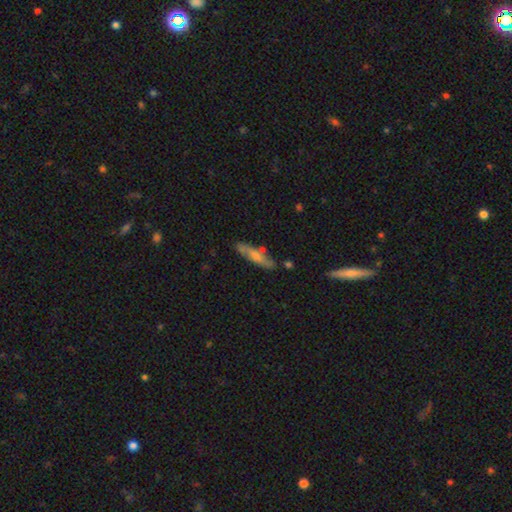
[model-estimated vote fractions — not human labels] Q: Smooth or featured?
A: featured or disk (51%); runner-up: smooth (43%)
Q: Edge-on disk?
A: yes (55%); runner-up: no (45%)
Q: Merging?
A: none (75%); runner-up: minor disturbance (16%)